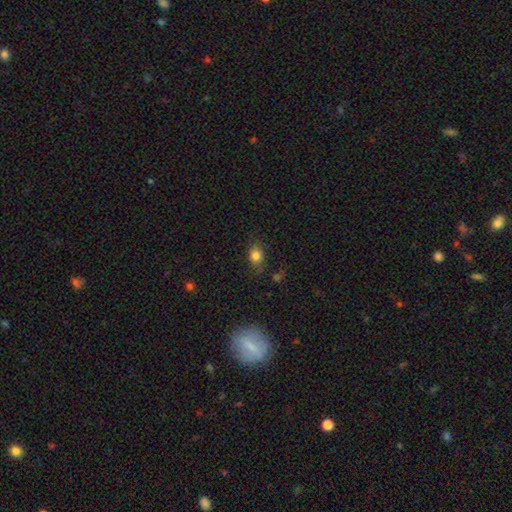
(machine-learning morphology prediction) This is clearly a smooth galaxy (80%). How rounded: possibly in between (54%). Merging: likely none (74%).